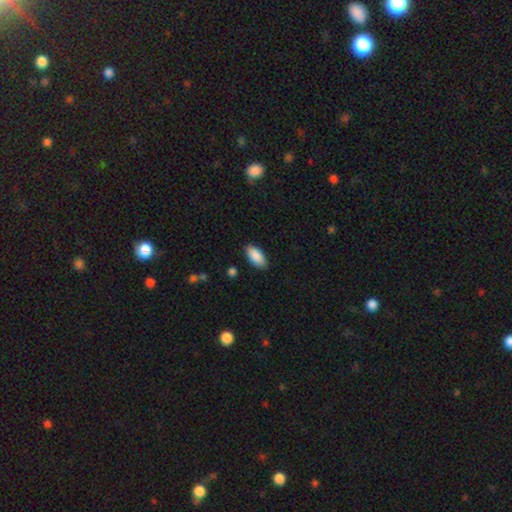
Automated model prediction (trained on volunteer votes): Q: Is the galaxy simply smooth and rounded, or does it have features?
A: smooth — 88%.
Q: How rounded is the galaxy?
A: in between — 89%.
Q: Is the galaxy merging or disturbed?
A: none — 87%.